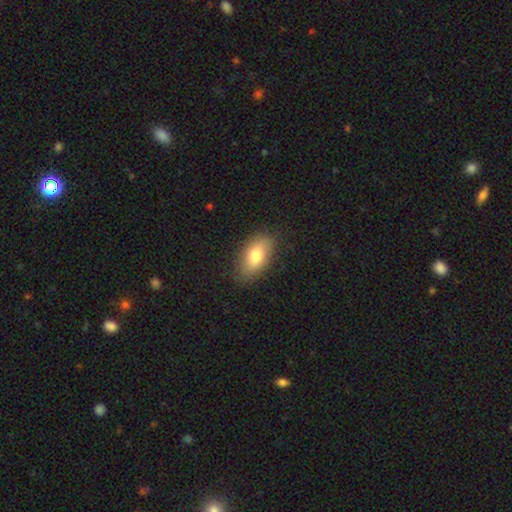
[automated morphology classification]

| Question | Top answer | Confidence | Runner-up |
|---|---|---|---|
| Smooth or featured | smooth | 76% | featured or disk (16%) |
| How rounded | in between | 89% | round (5%) |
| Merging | none | 83% | minor disturbance (12%) |